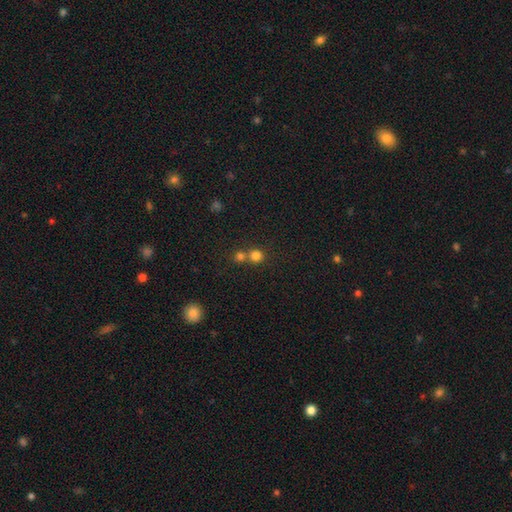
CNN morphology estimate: A smooth galaxy with no disk features (78%) that is round (91%). Merging: none (52%).